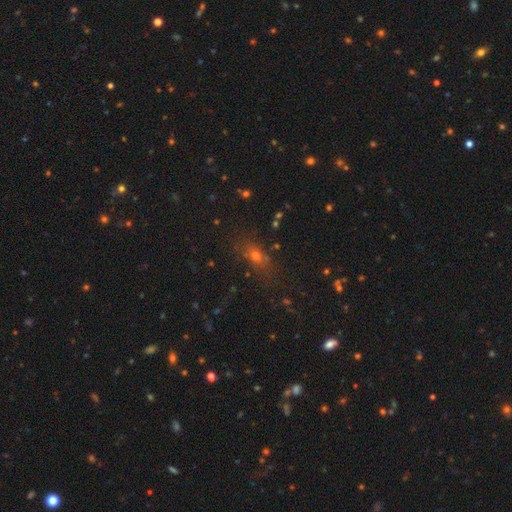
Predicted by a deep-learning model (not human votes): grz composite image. It shows a smooth galaxy with no disk features (58%) that is in between round and cigar-shaped (55%). Merging: none (73%).